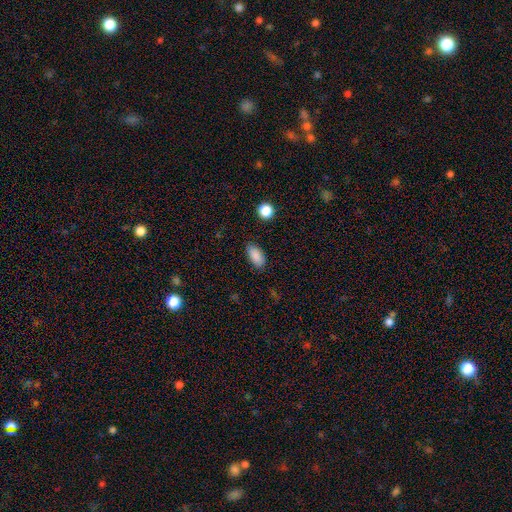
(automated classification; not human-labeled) smooth-or-featured: smooth: 88% | star or artifact: 8% | featured or disk: 4%
  how-rounded: in between: 91% | cigar-shaped: 5% | round: 4%
  merging: none: 84% | minor disturbance: 11% | major disturbance: 3% | merger: 1%